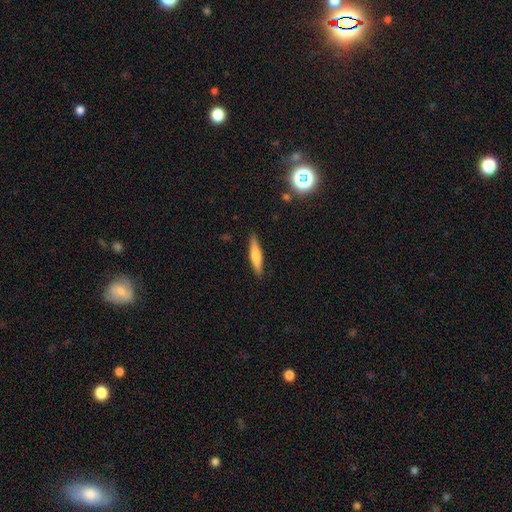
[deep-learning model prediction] Smooth or featured? smooth (63%)
How rounded? cigar-shaped (86%)
Merging? none (90%)